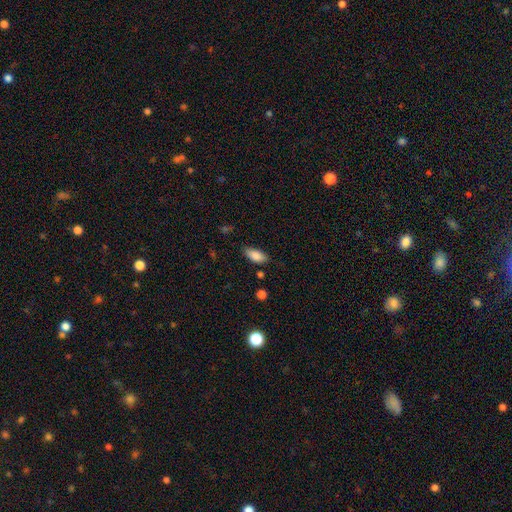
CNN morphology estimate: Q: Smooth or featured?
A: smooth (86%); runner-up: star or artifact (7%)
Q: How rounded?
A: in between (87%); runner-up: cigar-shaped (11%)
Q: Merging?
A: none (79%); runner-up: minor disturbance (16%)